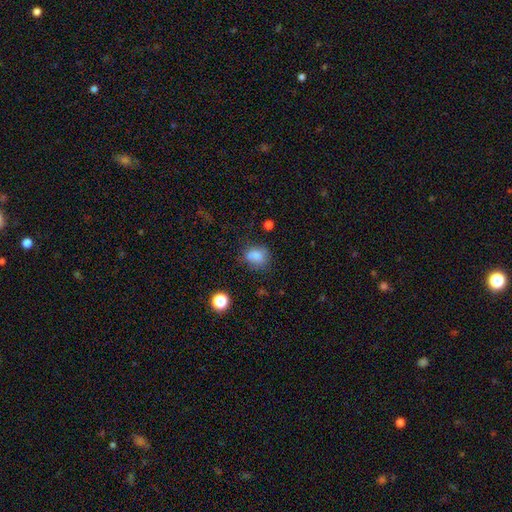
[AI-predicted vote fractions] Overall: smooth (79%). How rounded: round (50%; in between 48%). Merging: none (60%; minor disturbance 25%).